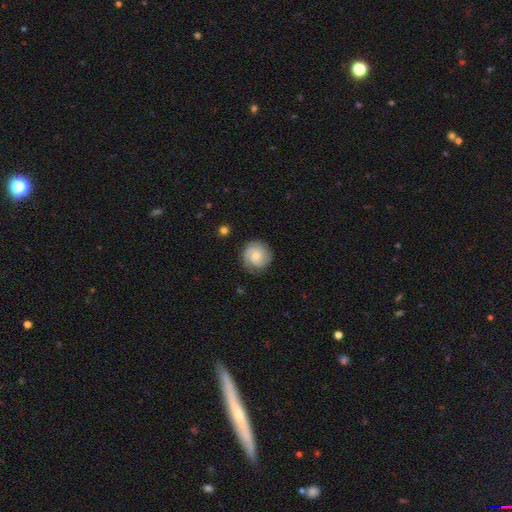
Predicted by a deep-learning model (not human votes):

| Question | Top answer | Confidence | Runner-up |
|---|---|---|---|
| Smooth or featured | featured or disk | 70% | smooth (24%) |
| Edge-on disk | no | 98% | yes (2%) |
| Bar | no | 69% | weak (27%) |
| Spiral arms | yes | 95% | no (5%) |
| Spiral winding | tight | 62% | medium (30%) |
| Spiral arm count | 2 | 41% | 3 (25%) |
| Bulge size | small | 53% | moderate (38%) |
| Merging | none | 80% | minor disturbance (14%) |